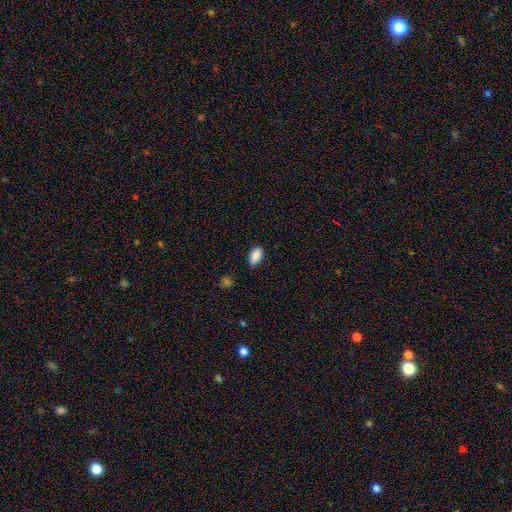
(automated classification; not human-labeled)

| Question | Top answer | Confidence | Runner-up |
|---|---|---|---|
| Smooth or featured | smooth | 89% | star or artifact (8%) |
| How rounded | in between | 92% | cigar-shaped (5%) |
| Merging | none | 79% | minor disturbance (17%) |